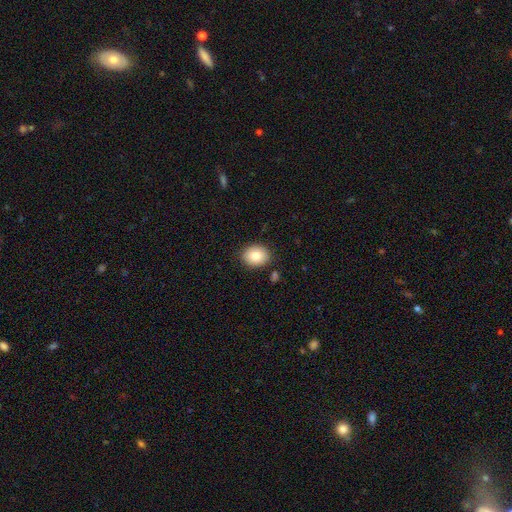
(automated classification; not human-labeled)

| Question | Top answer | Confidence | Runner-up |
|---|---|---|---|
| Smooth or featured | smooth | 84% | featured or disk (8%) |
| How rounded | in between | 54% | round (45%) |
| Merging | none | 85% | minor disturbance (10%) |